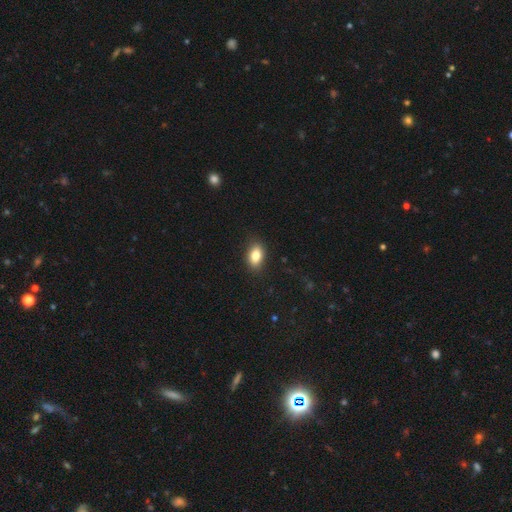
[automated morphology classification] This is clearly a smooth galaxy (82%). How rounded: clearly in between (86%). Merging: clearly none (88%).